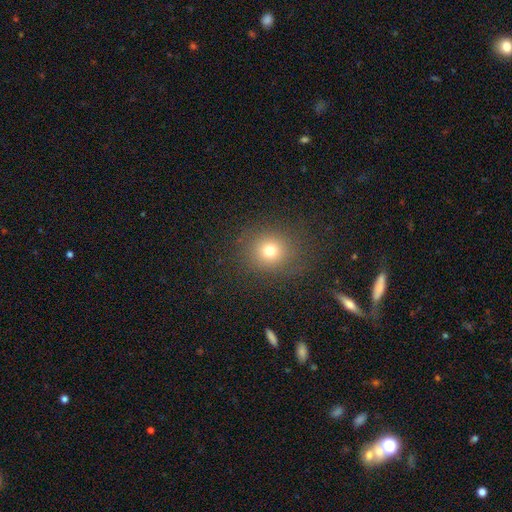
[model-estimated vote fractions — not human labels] Smooth or featured: smooth — 67% (star or artifact — 24%)
How rounded: round — 82% (in between — 17%)
Merging: none — 88% (minor disturbance — 7%)